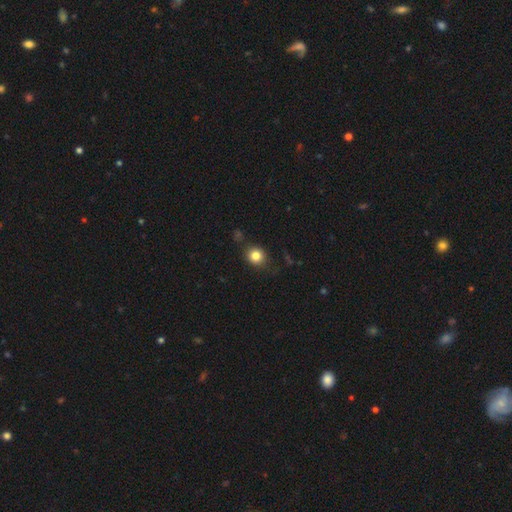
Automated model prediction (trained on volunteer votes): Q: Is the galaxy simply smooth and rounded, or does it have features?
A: smooth — 82%.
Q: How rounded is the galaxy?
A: round — 81%.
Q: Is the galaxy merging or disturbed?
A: none — 82%.